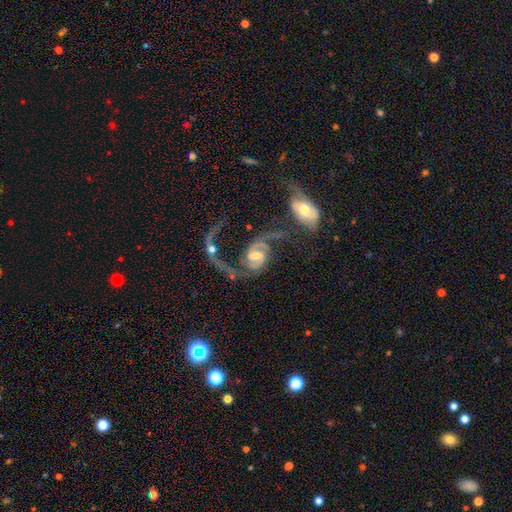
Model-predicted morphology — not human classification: This is clearly a featured or disk galaxy (90%). It is clearly not viewed edge-on (98%). Bar: possibly weak (51%). Spiral arm pattern: clearly yes (97%). Spiral arm count: clearly 2 (91%). Spiral winding: possibly medium (46%). Central bulge: possibly moderate (49%). Merging: marginally none (33%).